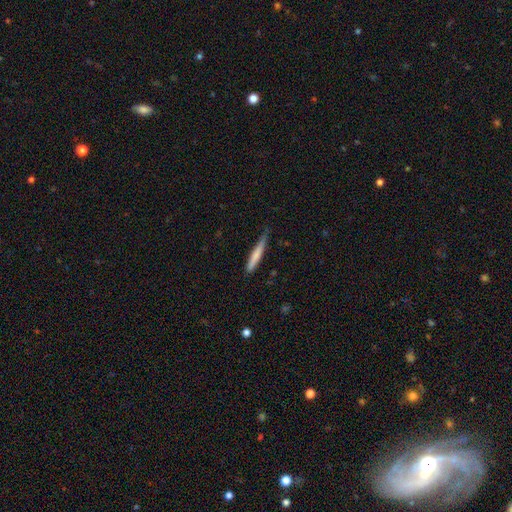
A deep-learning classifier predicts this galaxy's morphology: Smooth or featured?
  - smooth: 72% *
  - featured or disk: 23%
  - star or artifact: 5%
How rounded?
  - cigar-shaped: 94% *
  - in between: 4%
  - round: 1%
Merging?
  - none: 68% *
  - minor disturbance: 27%
  - major disturbance: 4%
  - merger: 2%